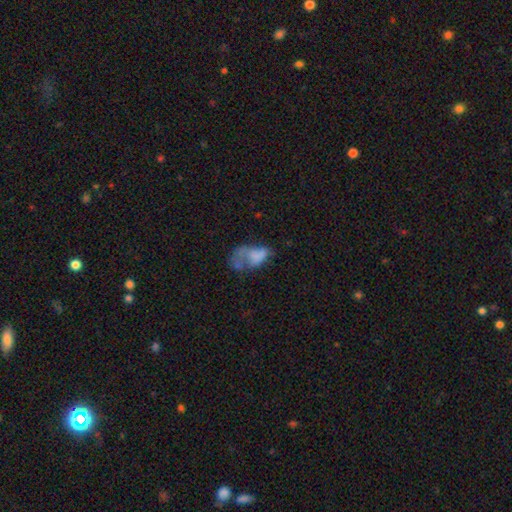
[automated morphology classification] Smooth or featured?
  - smooth: 55% *
  - featured or disk: 33%
  - star or artifact: 12%
How rounded?
  - in between: 89% *
  - round: 9%
  - cigar-shaped: 2%
Merging?
  - major disturbance: 48% *
  - none: 20%
  - minor disturbance: 18%
  - merger: 14%